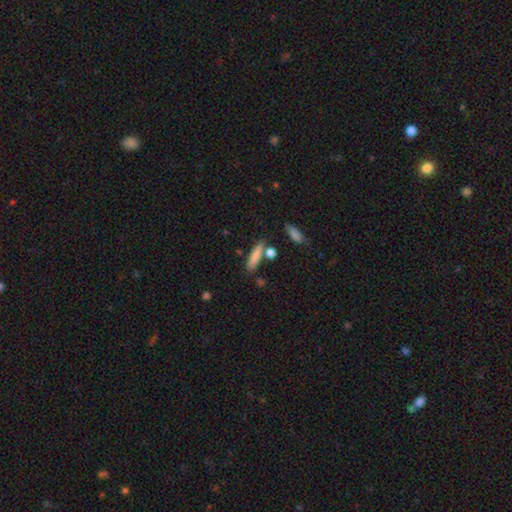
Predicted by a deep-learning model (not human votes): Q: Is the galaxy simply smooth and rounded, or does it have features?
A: smooth — 80%.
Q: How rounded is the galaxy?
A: cigar-shaped — 73%.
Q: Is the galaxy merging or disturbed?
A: none — 70%.